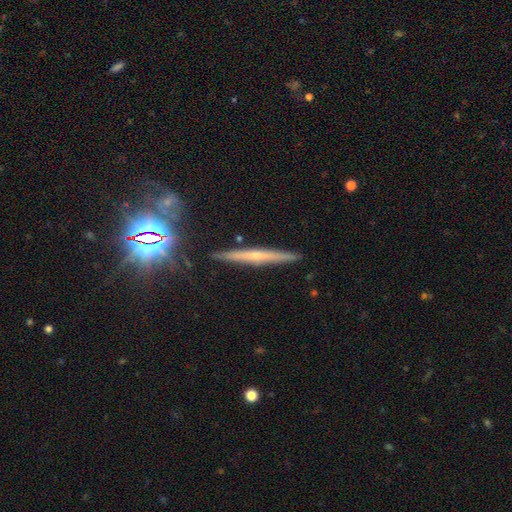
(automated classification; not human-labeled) smooth_or_featured: featured or disk (p=0.56) [alt: smooth p=0.32]
disk_edge_on: yes (p=0.96) [alt: no p=0.04]
edge_on_bulge: none (p=0.50) [alt: rounded p=0.44]
merging: none (p=0.90) [alt: minor disturbance p=0.07]